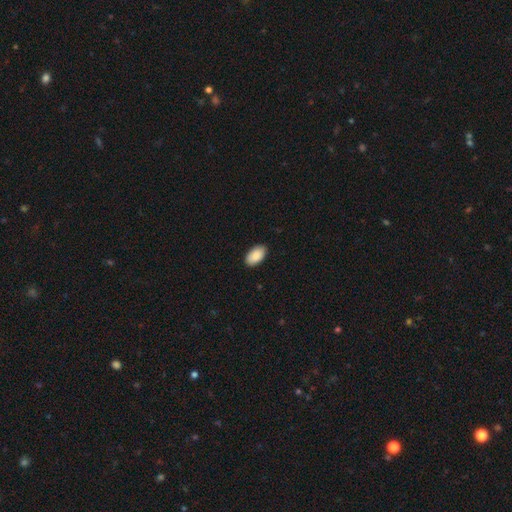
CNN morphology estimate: Overall: smooth (90%). How rounded: in between (95%). Merging: none (89%).